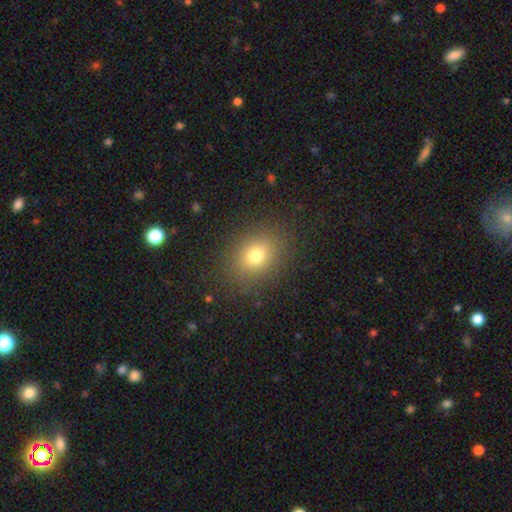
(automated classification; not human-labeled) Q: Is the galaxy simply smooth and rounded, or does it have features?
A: smooth — 75%.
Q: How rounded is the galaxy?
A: round — 51%.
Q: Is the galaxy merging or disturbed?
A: none — 86%.